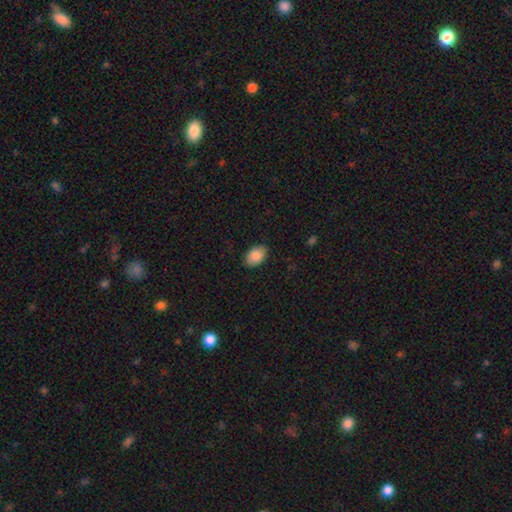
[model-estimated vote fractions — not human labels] The model was most divided on "merging": none: 88%, minor disturbance: 9%, major disturbance: 2%, merger: 1%. More confident: how rounded — in between (89%); smooth or featured — smooth (87%).